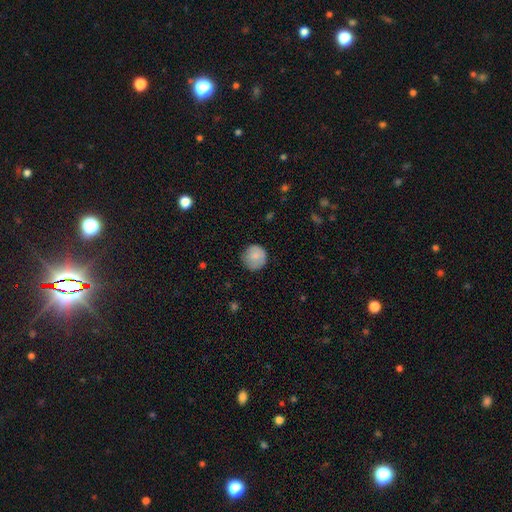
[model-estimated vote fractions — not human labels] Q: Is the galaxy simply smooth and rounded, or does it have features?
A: smooth — 82%.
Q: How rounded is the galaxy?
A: round — 94%.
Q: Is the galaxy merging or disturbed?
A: none — 81%.